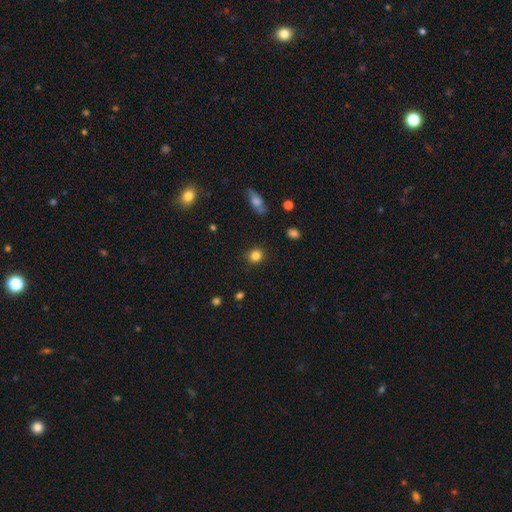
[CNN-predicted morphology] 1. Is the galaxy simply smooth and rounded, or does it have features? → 84% smooth, 11% star or artifact, 5% featured or disk.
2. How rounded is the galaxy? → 84% round, 15% in between, 1% cigar-shaped.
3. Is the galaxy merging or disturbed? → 89% none, 7% minor disturbance, 2% major disturbance, 1% merger.